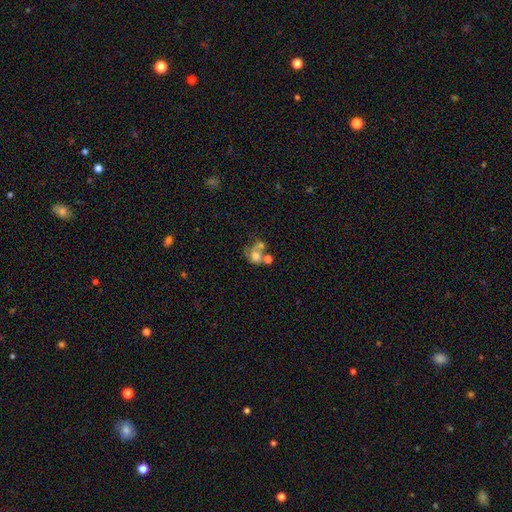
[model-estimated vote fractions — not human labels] This is possibly a smooth galaxy (54%). How rounded: likely round (60%). Merging: possibly merger (53%).